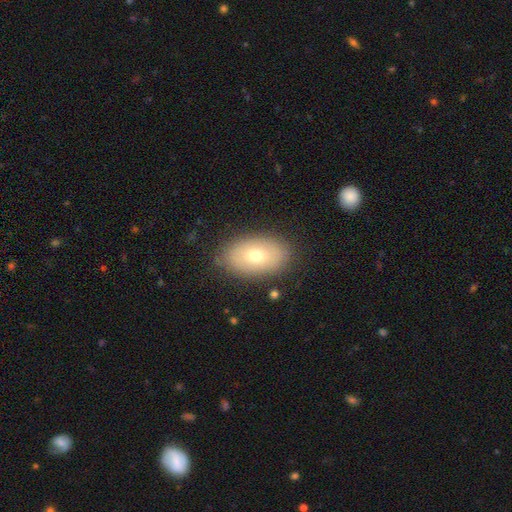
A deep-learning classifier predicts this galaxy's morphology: Q: Smooth or featured?
A: smooth (64%); runner-up: featured or disk (28%)
Q: How rounded?
A: in between (90%); runner-up: round (8%)
Q: Merging?
A: none (84%); runner-up: minor disturbance (11%)